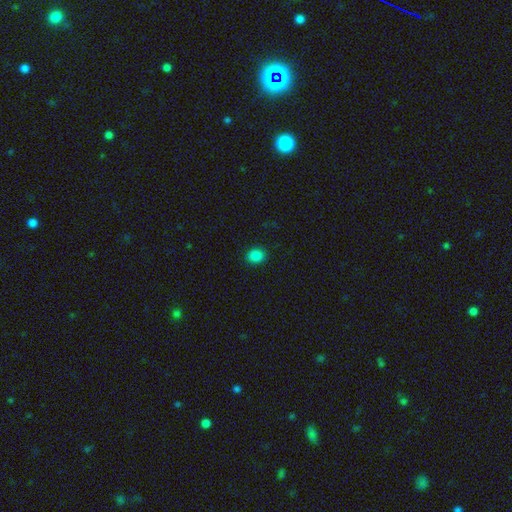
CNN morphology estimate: smooth_or_featured: smooth (p=0.85) [alt: star or artifact p=0.12]
how_rounded: round (p=0.57) [alt: in between p=0.42]
merging: none (p=0.91) [alt: minor disturbance p=0.06]